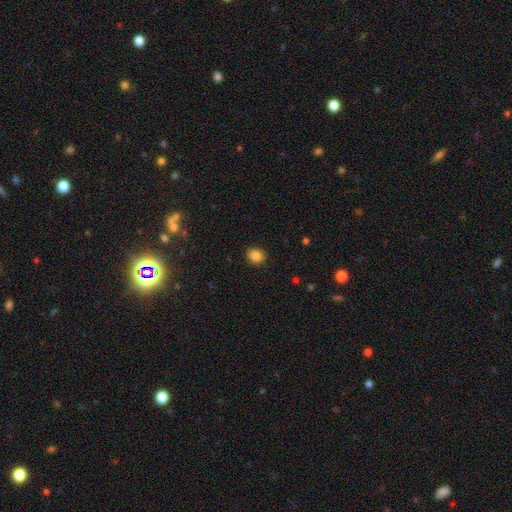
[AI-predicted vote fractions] Smooth or featured? smooth (85%)
How rounded? round (58%)
Merging? none (89%)